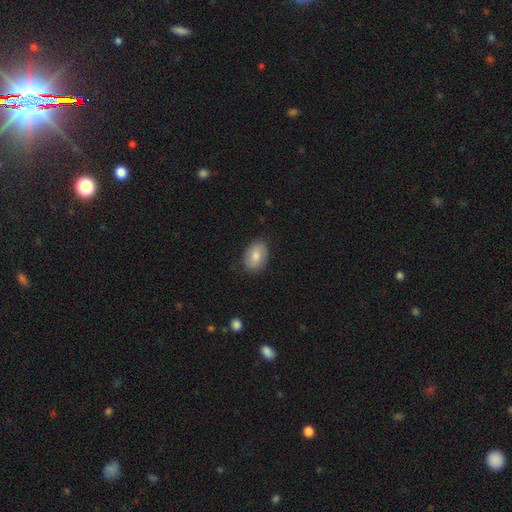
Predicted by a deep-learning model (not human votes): Smooth or featured? Predicted: smooth (p=0.68). How rounded? Predicted: in between (p=0.81). Merging? Predicted: none (p=0.82).